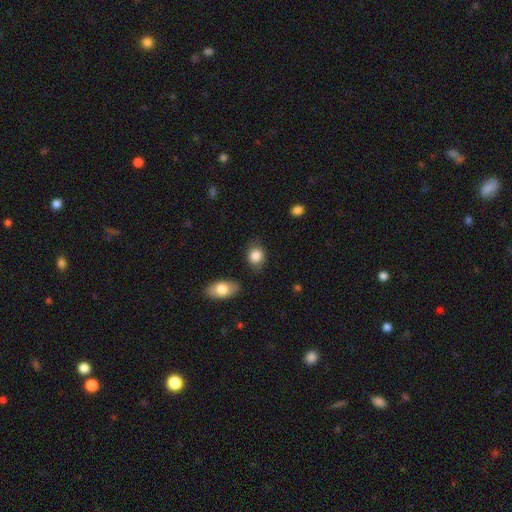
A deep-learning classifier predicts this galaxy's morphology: smooth-or-featured: smooth: 86% | star or artifact: 8% | featured or disk: 7%
  how-rounded: round: 52% | in between: 46% | cigar-shaped: 2%
  merging: none: 73% | minor disturbance: 18% | major disturbance: 5% | merger: 4%